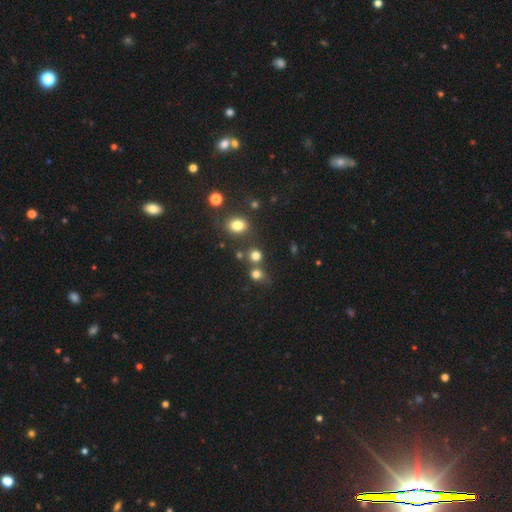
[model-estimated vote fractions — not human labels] Smooth or featured? smooth (75%)
How rounded? round (86%)
Merging? none (65%)